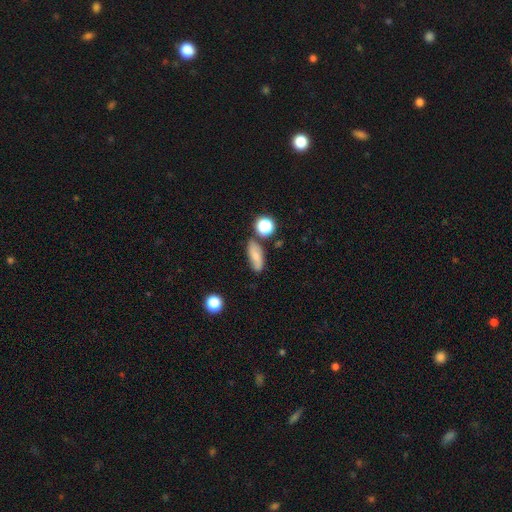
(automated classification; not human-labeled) Smooth or featured?
  - smooth: 68% *
  - featured or disk: 20%
  - star or artifact: 11%
How rounded?
  - in between: 72% *
  - cigar-shaped: 20%
  - round: 8%
Merging?
  - none: 70% *
  - minor disturbance: 18%
  - merger: 7%
  - major disturbance: 5%